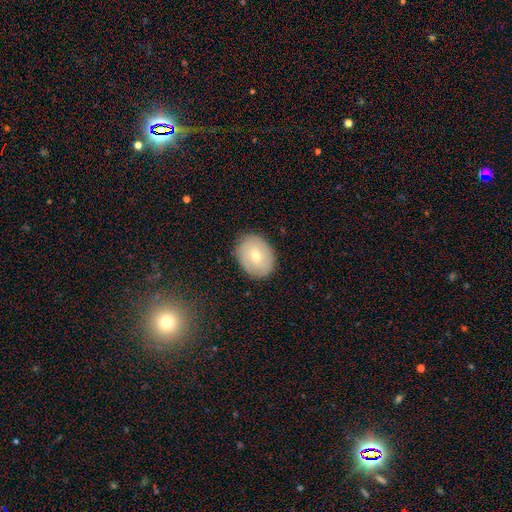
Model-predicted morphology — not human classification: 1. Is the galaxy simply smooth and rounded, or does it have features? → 58% smooth, 35% featured or disk, 7% star or artifact.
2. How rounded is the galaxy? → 59% in between, 40% round, 1% cigar-shaped.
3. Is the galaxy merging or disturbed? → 85% none, 11% minor disturbance, 3% major disturbance, 1% merger.